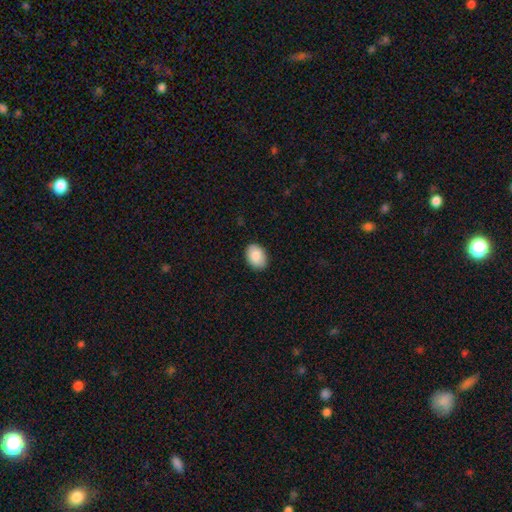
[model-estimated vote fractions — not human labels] Smooth or featured? smooth (88%)
How rounded? in between (81%)
Merging? none (88%)